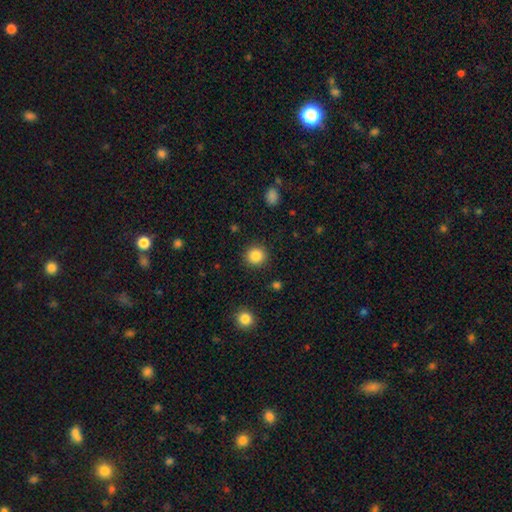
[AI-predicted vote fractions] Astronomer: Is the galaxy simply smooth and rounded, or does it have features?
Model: smooth — 85%.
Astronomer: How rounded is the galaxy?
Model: round — 92%.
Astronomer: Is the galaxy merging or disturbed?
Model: none — 91%.